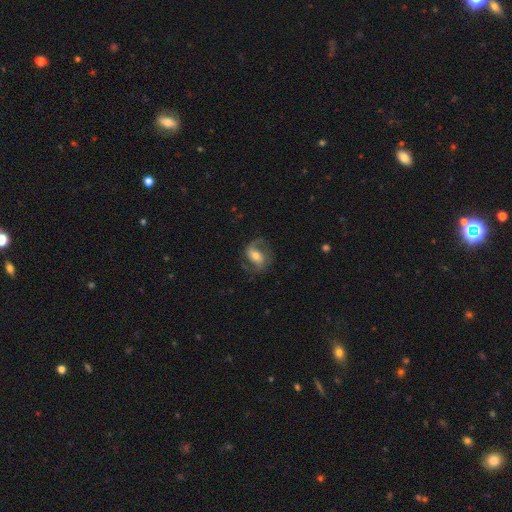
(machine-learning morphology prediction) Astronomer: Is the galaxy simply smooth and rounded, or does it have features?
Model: featured or disk — 74%.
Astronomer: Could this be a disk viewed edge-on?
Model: no — 96%.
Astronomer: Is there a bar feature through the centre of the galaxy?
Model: weak — 40% (runner-up: no, 32%).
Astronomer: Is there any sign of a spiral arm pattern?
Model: yes — 91%.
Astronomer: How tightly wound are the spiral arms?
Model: medium — 49% (runner-up: loose, 33%).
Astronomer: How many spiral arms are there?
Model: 2 — 81%.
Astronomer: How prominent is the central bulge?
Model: moderate — 62%.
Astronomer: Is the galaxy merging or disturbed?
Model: none — 68%.